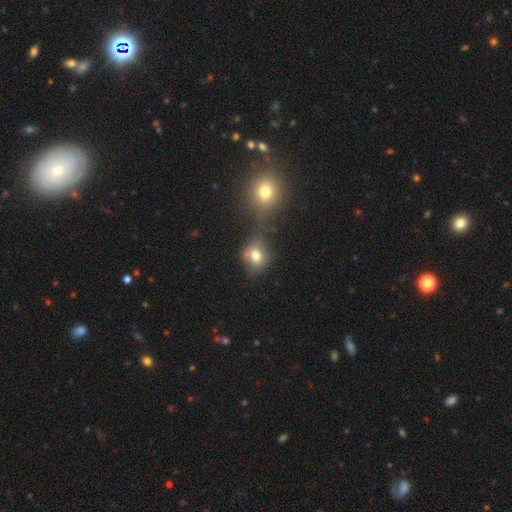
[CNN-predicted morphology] Overall: smooth (74%). How rounded: round (73%). Merging: none (53%; merger 25%).